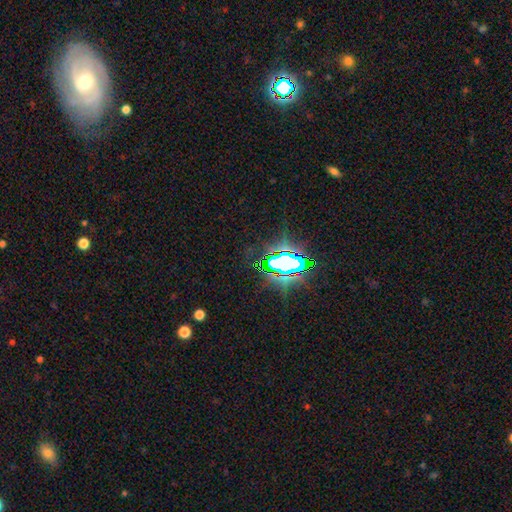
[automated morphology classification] Overall: star or artifact (80%).